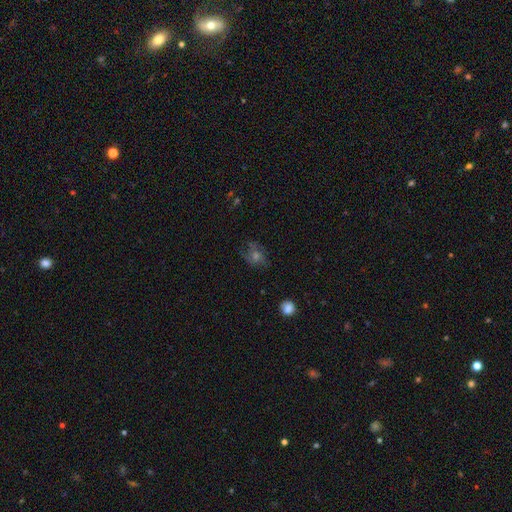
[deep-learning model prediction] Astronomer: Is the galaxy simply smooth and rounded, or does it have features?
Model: featured or disk — 42% (runner-up: smooth, 32%).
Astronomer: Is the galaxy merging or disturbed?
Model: none — 68%.